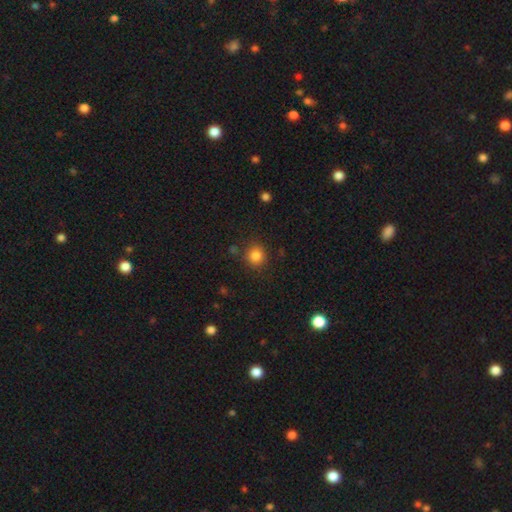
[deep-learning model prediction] This appears to be a smooth galaxy with no disk features (84%) that is round (90%). Merging: none (85%).